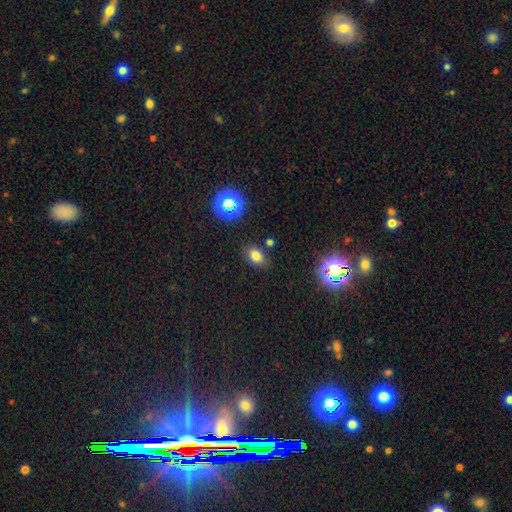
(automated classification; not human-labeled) Morphology: type=smooth (76%); roundness=in between (77%); merging=none (83%).